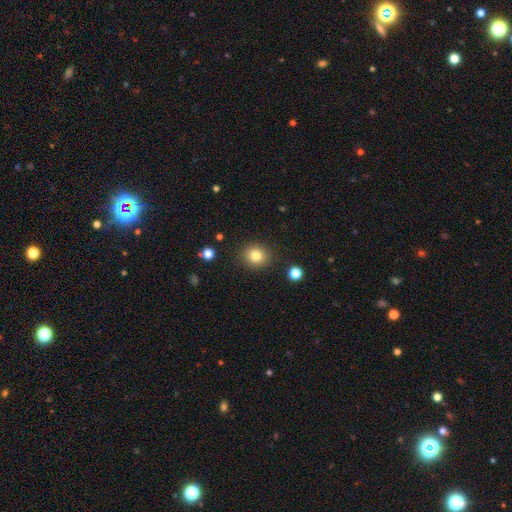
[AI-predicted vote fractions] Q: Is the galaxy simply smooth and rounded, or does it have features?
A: smooth — 82%.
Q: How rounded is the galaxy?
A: round — 84%.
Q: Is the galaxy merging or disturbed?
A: none — 89%.